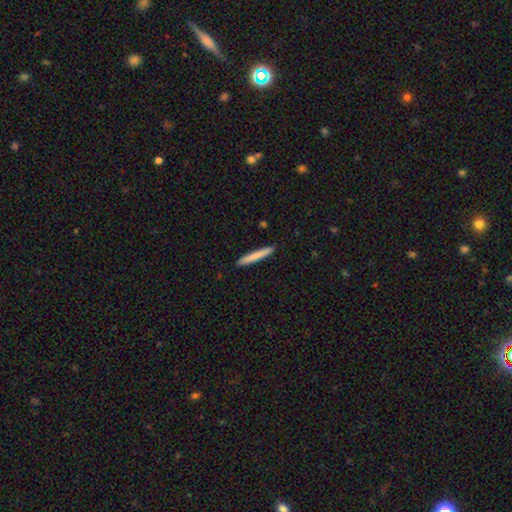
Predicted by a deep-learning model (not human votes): The model was most divided on "smooth or featured": smooth: 78%, featured or disk: 17%, star or artifact: 5%. More confident: how rounded — cigar-shaped (96%); merging — none (91%).